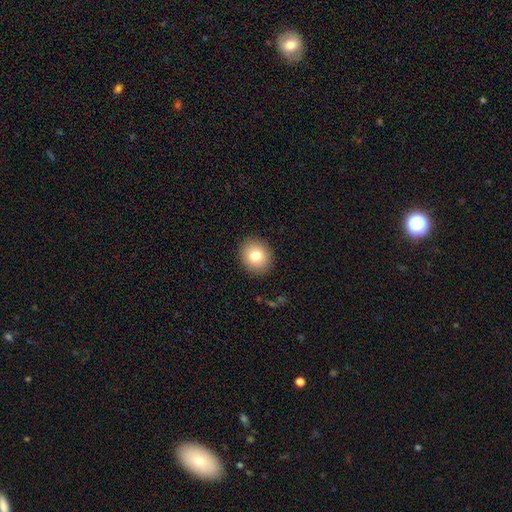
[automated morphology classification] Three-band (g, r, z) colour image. It shows a smooth galaxy with no disk features (79%) that is round (80%). Merging: none (90%).